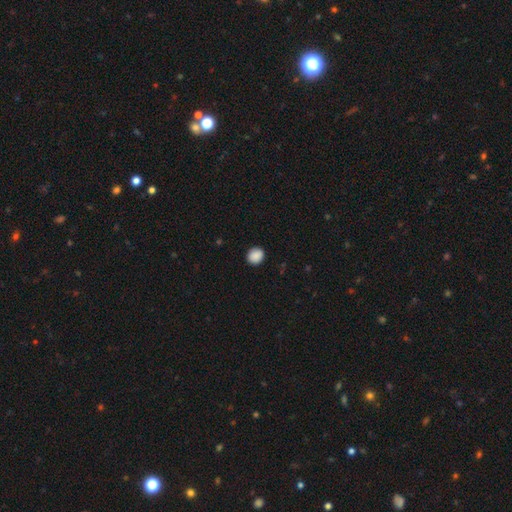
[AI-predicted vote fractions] smooth 89%, star or artifact 8%, featured or disk 3%. Down the decision tree: how rounded — round (78%); merging — none (90%).